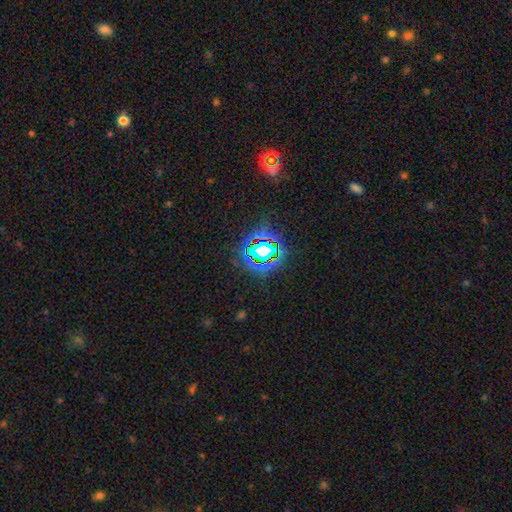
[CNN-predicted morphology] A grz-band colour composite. It shows a star or artifact, not a galaxy (76%).